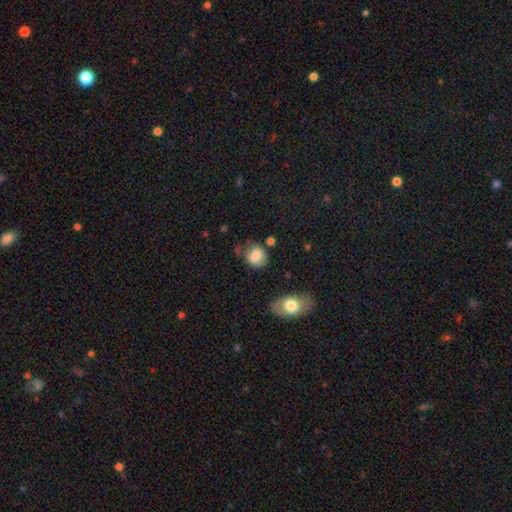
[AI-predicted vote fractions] Smooth or featured?
  - smooth: 79% *
  - featured or disk: 12%
  - star or artifact: 8%
How rounded?
  - round: 59% *
  - in between: 40%
  - cigar-shaped: 1%
Merging?
  - none: 64% *
  - minor disturbance: 24%
  - major disturbance: 7%
  - merger: 6%